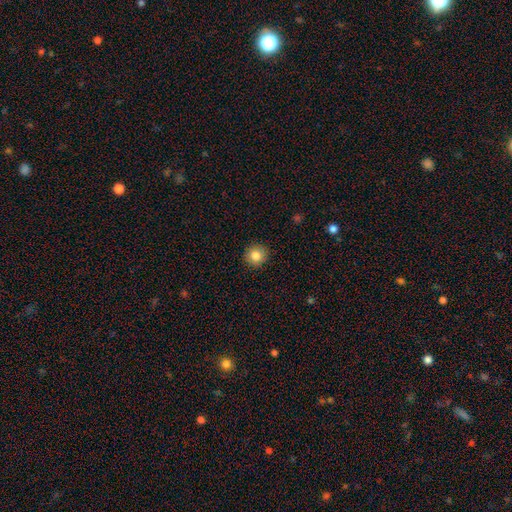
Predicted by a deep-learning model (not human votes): This is clearly a smooth galaxy (85%). How rounded: clearly round (92%). Merging: clearly none (91%).